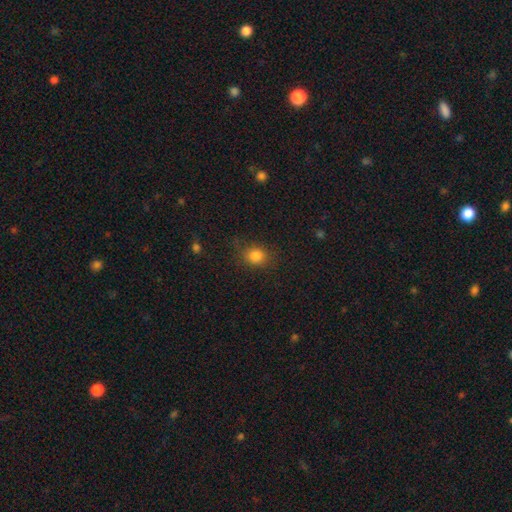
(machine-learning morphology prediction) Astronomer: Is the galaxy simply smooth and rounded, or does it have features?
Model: smooth — 83%.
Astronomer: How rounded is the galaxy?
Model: round — 69%.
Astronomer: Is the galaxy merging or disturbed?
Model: none — 80%.